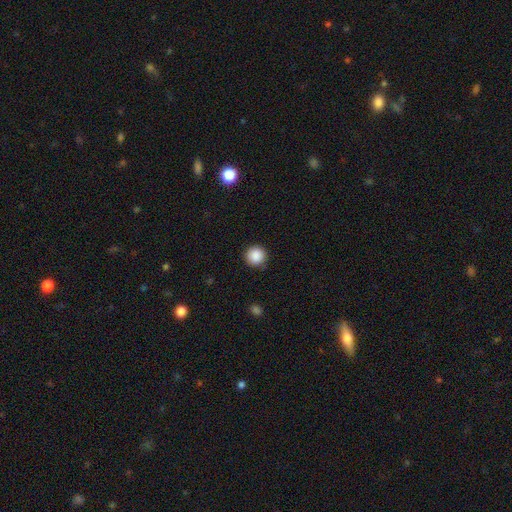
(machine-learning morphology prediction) Smooth or featured? Predicted: smooth (p=0.88). How rounded? Predicted: round (p=0.95). Merging? Predicted: none (p=0.89).